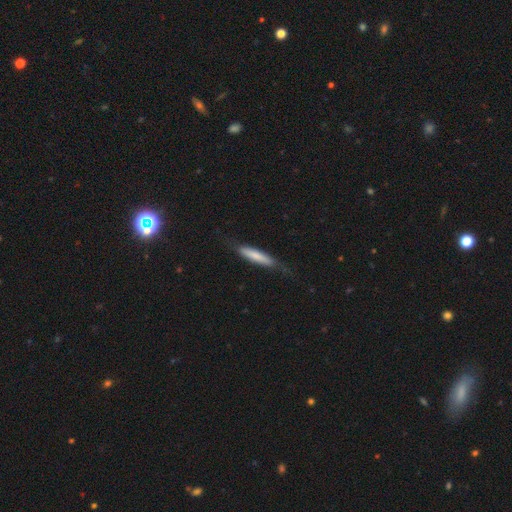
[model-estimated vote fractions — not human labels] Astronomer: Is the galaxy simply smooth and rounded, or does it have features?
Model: smooth — 72%.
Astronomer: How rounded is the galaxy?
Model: cigar-shaped — 87%.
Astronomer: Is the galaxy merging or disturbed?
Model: none — 72%.